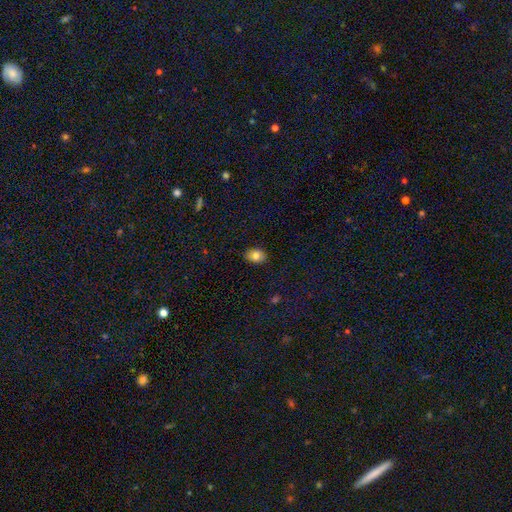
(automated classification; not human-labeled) Q: Smooth or featured?
A: smooth (79%); runner-up: featured or disk (11%)
Q: How rounded?
A: in between (65%); runner-up: round (34%)
Q: Merging?
A: none (84%); runner-up: minor disturbance (12%)